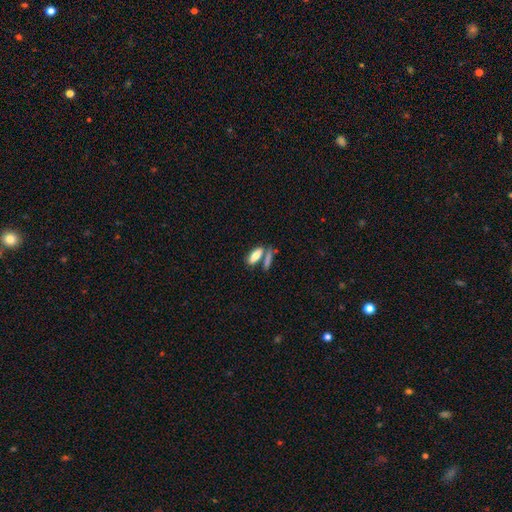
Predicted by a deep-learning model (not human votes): A smooth galaxy with no disk features (79%) that is in between round and cigar-shaped (65%). Merging: none (54%).